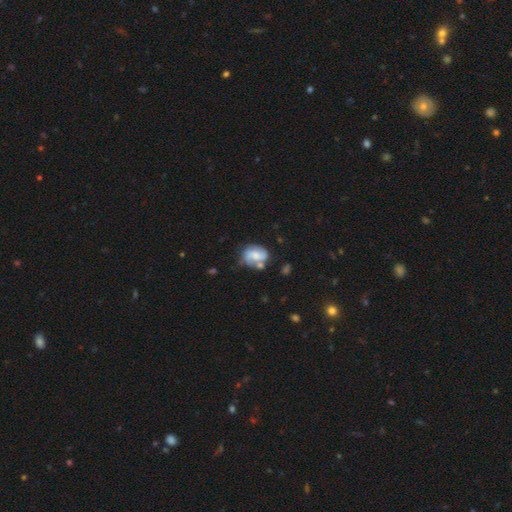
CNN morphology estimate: Smooth or featured?
  - featured or disk: 55% *
  - smooth: 37%
  - star or artifact: 8%
Edge-on disk?
  - no: 97% *
  - yes: 3%
Bar?
  - no: 55% *
  - weak: 36%
  - strong: 10%
Spiral arms?
  - yes: 80% *
  - no: 20%
Bulge size?
  - moderate: 44% *
  - small: 33%
  - none: 12%
  - large: 9%
  - dominant: 2%
Merging?
  - none: 45% *
  - minor disturbance: 25%
  - merger: 19%
  - major disturbance: 11%